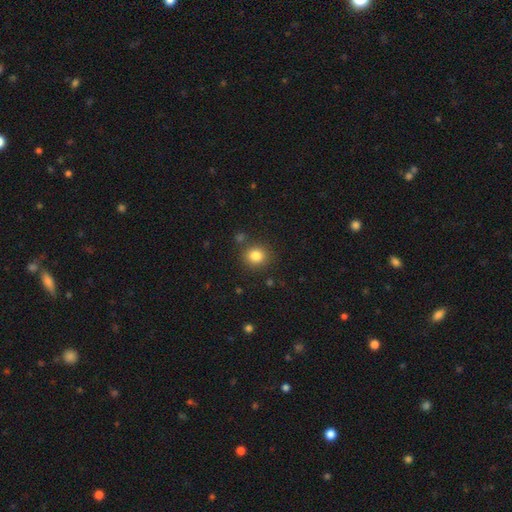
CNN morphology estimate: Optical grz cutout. It shows a smooth galaxy with no disk features (84%) that is round (83%). Merging: none (82%).